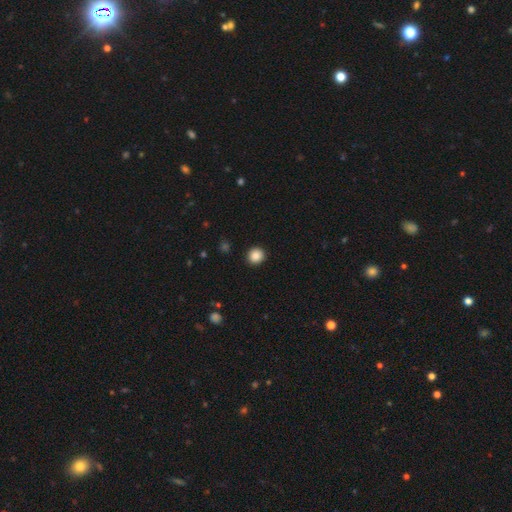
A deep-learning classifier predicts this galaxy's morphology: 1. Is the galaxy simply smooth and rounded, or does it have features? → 87% smooth, 10% star or artifact, 3% featured or disk.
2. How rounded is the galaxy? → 92% round, 7% in between, 1% cigar-shaped.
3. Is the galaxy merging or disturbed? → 93% none, 5% minor disturbance, 2% major disturbance, 1% merger.